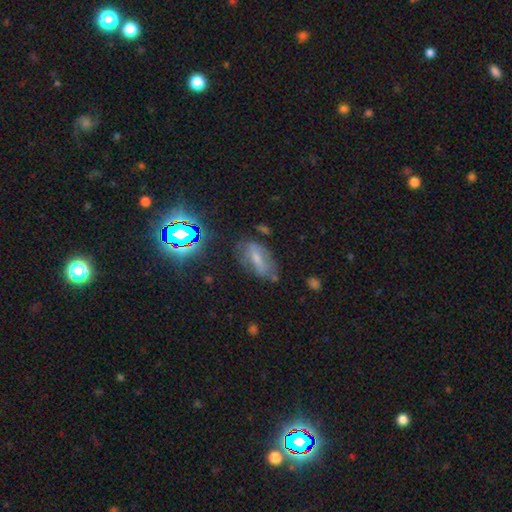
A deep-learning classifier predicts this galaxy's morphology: Smooth or featured? smooth (41%)
Merging? none (62%)